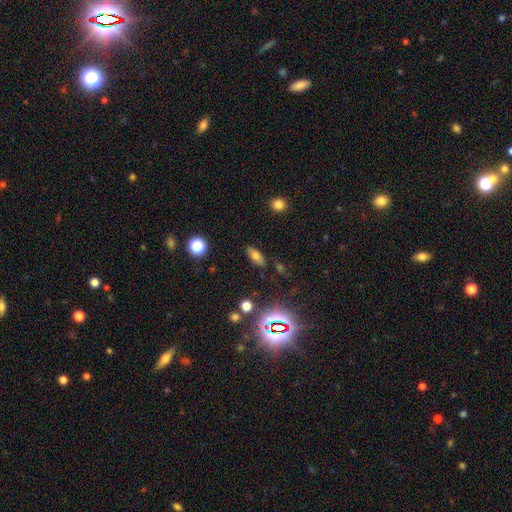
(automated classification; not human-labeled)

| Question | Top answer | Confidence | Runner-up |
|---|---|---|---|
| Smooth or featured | smooth | 67% | featured or disk (17%) |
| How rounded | in between | 70% | cigar-shaped (24%) |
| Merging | none | 82% | minor disturbance (11%) |